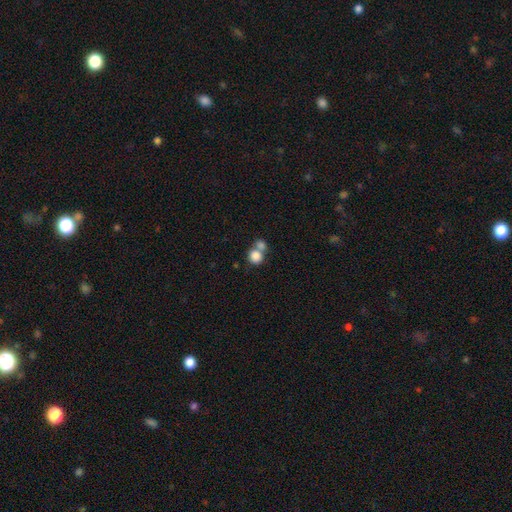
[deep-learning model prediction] smooth_or_featured: smooth (p=0.83) [alt: star or artifact p=0.09]
how_rounded: round (p=0.78) [alt: in between p=0.21]
merging: merger (p=0.54) [alt: none p=0.35]